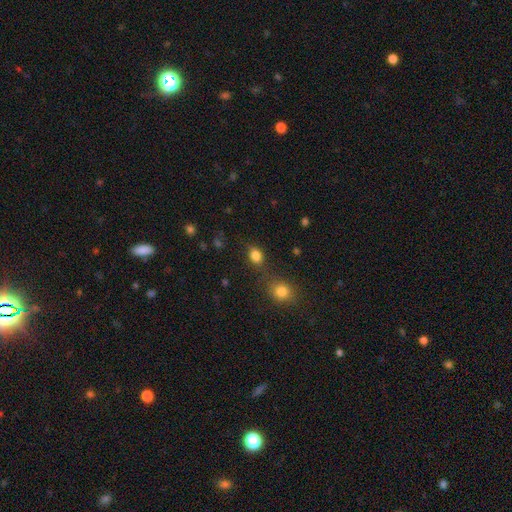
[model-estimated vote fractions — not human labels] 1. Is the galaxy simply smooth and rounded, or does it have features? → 83% smooth, 12% star or artifact, 5% featured or disk.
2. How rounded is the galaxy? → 63% in between, 36% round, 2% cigar-shaped.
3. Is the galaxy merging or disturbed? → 69% none, 14% minor disturbance, 12% merger, 5% major disturbance.